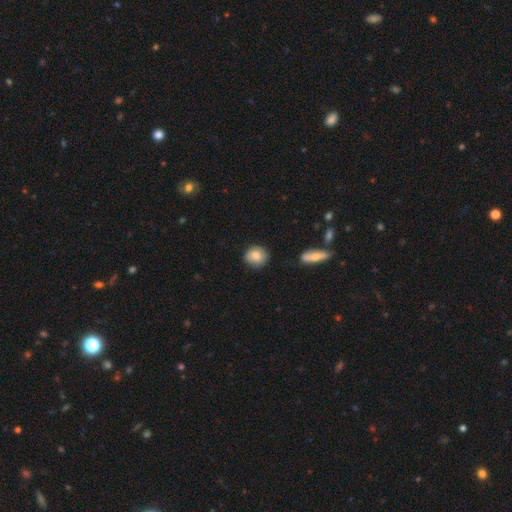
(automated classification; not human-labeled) A smooth galaxy with no disk features (79%) that is round (80%).

Vote fractions:
- Smooth or featured? smooth: 79% / featured or disk: 13% / star or artifact: 8%
- How rounded? round: 80% / in between: 19% / cigar-shaped: 1%
- Merging? none: 77% / minor disturbance: 18% / major disturbance: 3% / merger: 3%